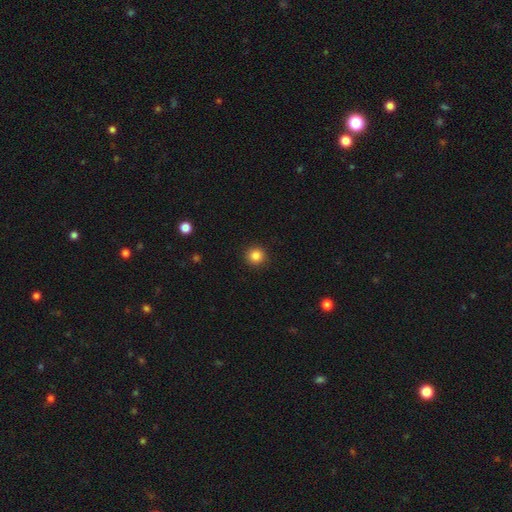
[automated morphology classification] The model was most divided on "smooth or featured": smooth: 85%, star or artifact: 11%, featured or disk: 4%. More confident: how rounded — round (94%); merging — none (92%).